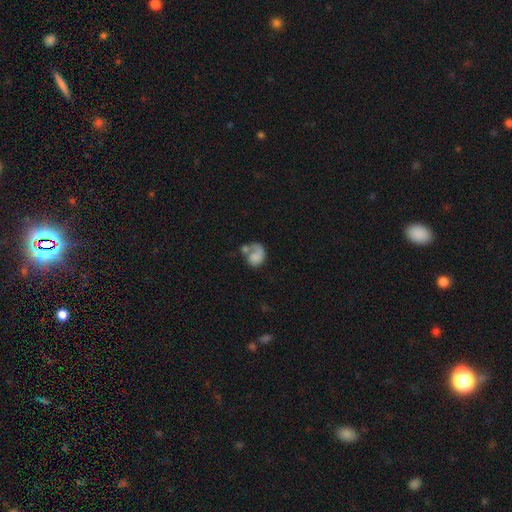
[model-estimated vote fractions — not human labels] This is possibly a smooth galaxy (54%). How rounded: possibly round (50%). Merging: marginally merger (34%).